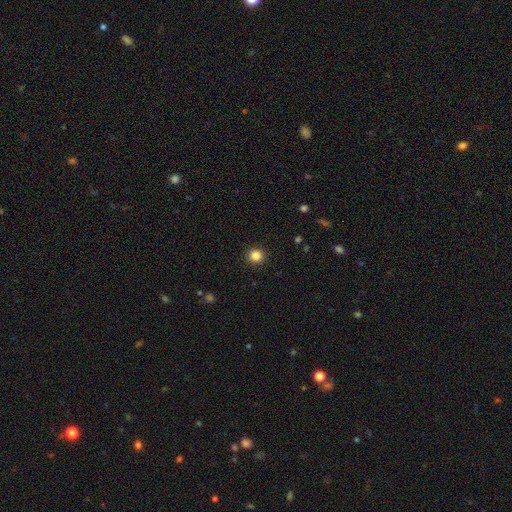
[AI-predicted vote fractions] This is clearly a smooth galaxy (85%). How rounded: clearly round (92%). Merging: clearly none (92%).